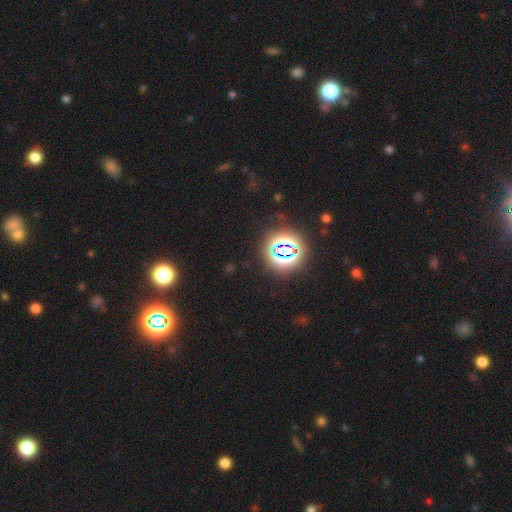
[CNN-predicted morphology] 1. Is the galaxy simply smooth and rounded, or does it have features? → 76% star or artifact, 19% smooth, 6% featured or disk.